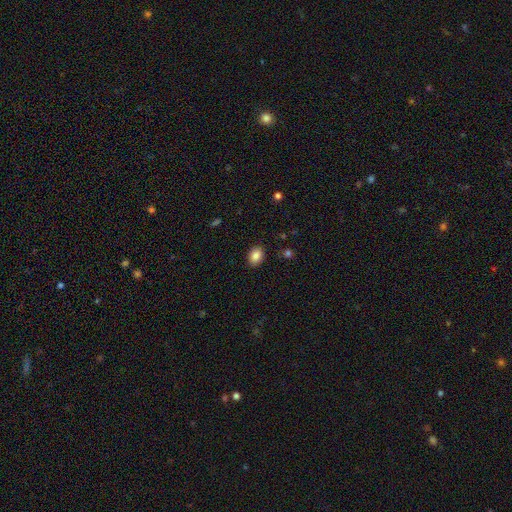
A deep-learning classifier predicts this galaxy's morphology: Q: Smooth or featured?
A: smooth (86%); runner-up: star or artifact (9%)
Q: How rounded?
A: in between (65%); runner-up: round (34%)
Q: Merging?
A: none (88%); runner-up: minor disturbance (9%)